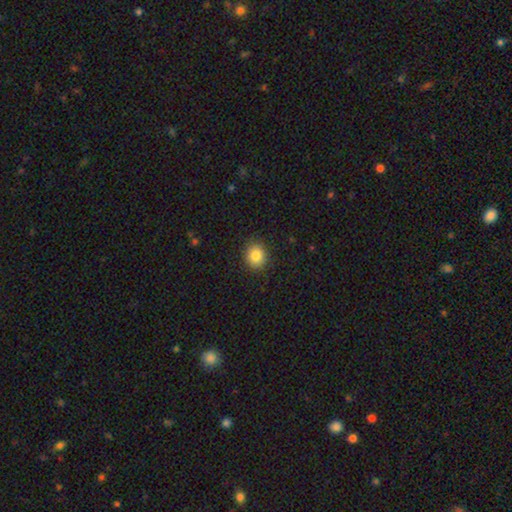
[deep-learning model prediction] smooth 84%, star or artifact 10%, featured or disk 6%. Down the decision tree: how rounded — round (74%); merging — none (89%).